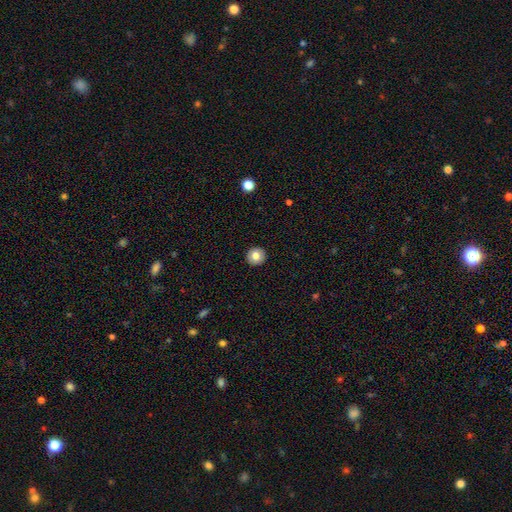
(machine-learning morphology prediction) smooth 80%, featured or disk 12%, star or artifact 8%. Down the decision tree: how rounded — round (94%); merging — none (93%).